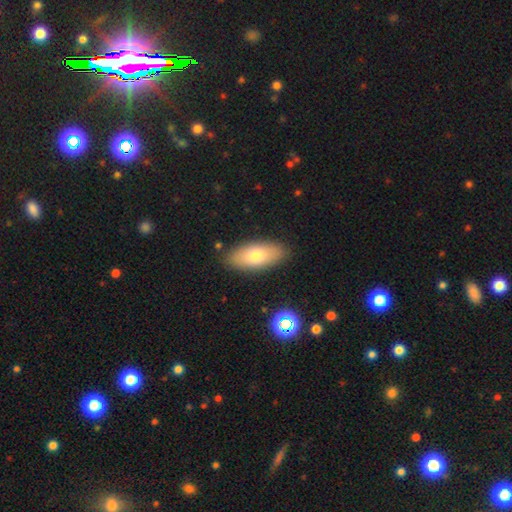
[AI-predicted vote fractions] Q: Smooth or featured?
A: smooth (73%); runner-up: featured or disk (20%)
Q: How rounded?
A: in between (87%); runner-up: cigar-shaped (10%)
Q: Merging?
A: none (86%); runner-up: minor disturbance (10%)